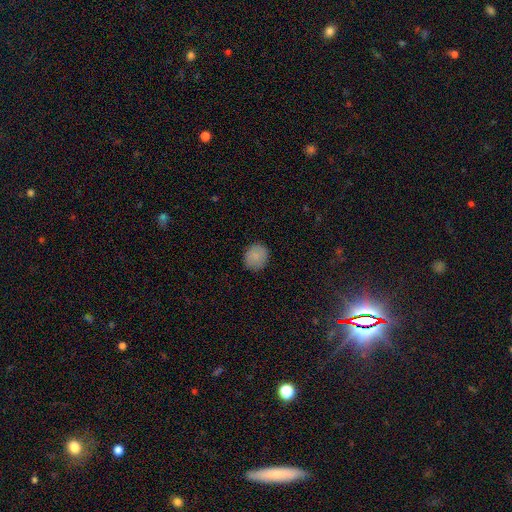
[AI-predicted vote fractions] smooth_or_featured: smooth (p=0.87) [alt: star or artifact p=0.08]
how_rounded: round (p=0.81) [alt: in between p=0.18]
merging: none (p=0.89) [alt: minor disturbance p=0.08]